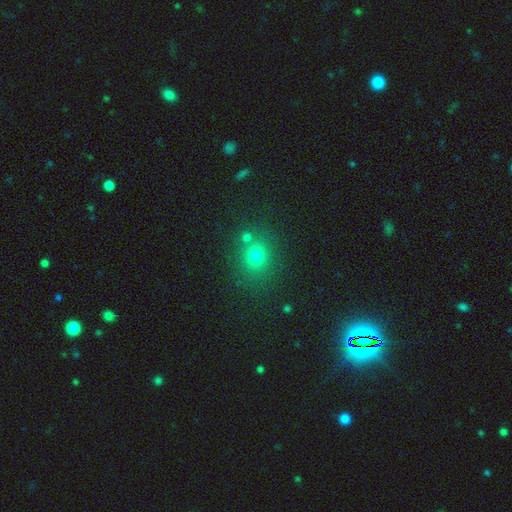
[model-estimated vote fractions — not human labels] smooth_or_featured: smooth (p=0.72) [alt: star or artifact p=0.19]
how_rounded: round (p=0.80) [alt: in between p=0.19]
merging: none (p=0.72) [alt: merger p=0.15]